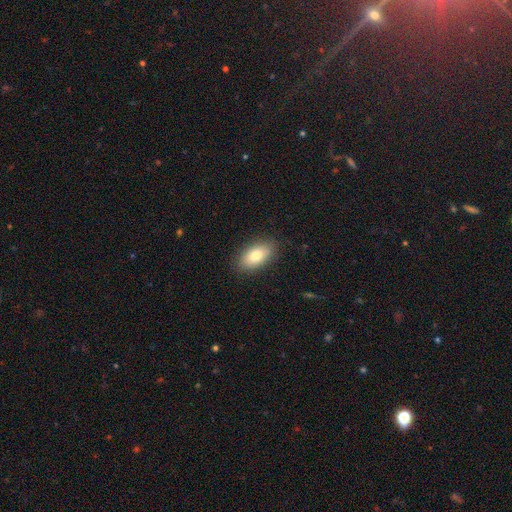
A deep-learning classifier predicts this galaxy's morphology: This appears to be a smooth galaxy with no disk features (80%) that is in between round and cigar-shaped (91%). Merging: none (87%).